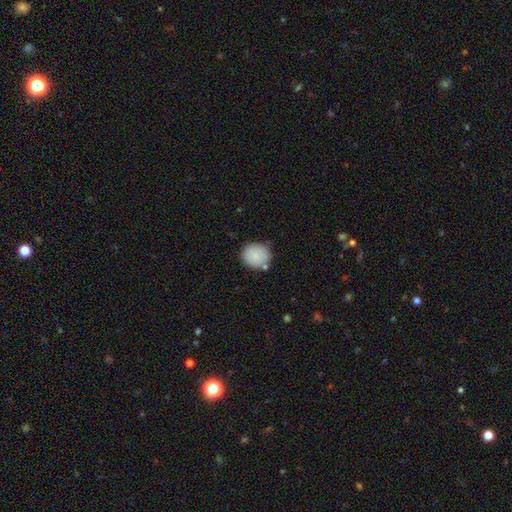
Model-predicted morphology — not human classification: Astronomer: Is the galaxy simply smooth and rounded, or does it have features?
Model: smooth — 87%.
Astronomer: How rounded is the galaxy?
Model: round — 82%.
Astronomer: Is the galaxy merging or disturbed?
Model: none — 74%.